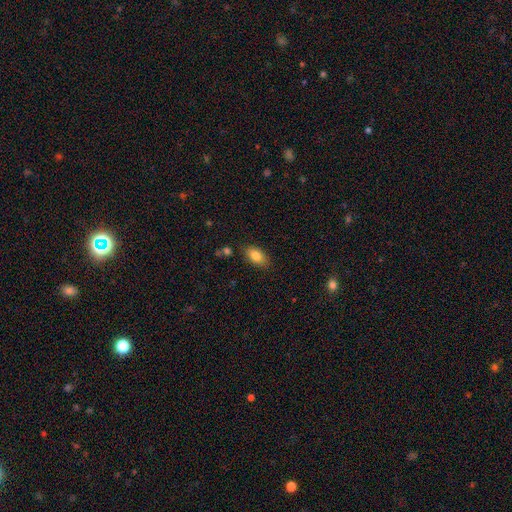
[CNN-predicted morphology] smooth_or_featured: smooth (p=0.83) [alt: featured or disk p=0.09]
how_rounded: in between (p=0.89) [alt: round p=0.07]
merging: none (p=0.82) [alt: minor disturbance p=0.13]